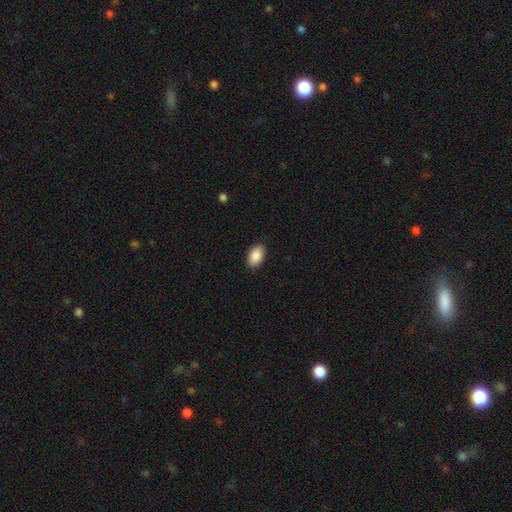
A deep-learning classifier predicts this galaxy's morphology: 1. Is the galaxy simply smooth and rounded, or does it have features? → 90% smooth, 7% star or artifact, 3% featured or disk.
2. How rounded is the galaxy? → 94% in between, 5% round, 1% cigar-shaped.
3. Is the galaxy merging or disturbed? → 89% none, 8% minor disturbance, 2% major disturbance, 1% merger.